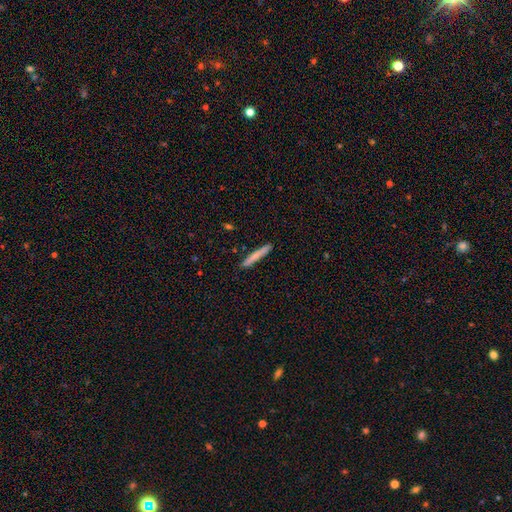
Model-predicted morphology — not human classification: The model was most divided on "smooth or featured": smooth: 72%, featured or disk: 22%, star or artifact: 6%. More confident: how rounded — cigar-shaped (96%); merging — none (90%).